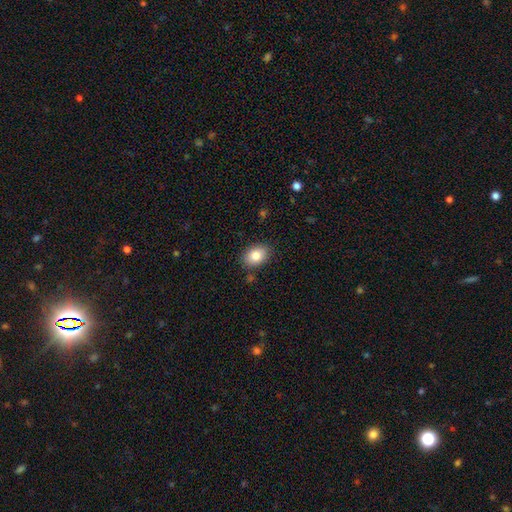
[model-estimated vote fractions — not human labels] smooth_or_featured: smooth (p=0.84) [alt: featured or disk p=0.08]
how_rounded: in between (p=0.79) [alt: round p=0.20]
merging: none (p=0.84) [alt: minor disturbance p=0.12]